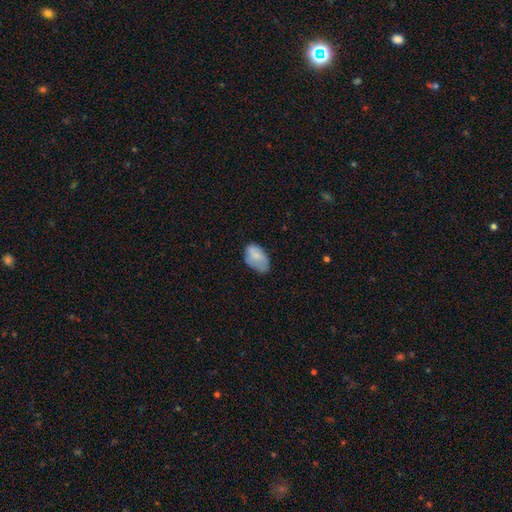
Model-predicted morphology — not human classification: Smooth or featured?
  - smooth: 79% *
  - featured or disk: 14%
  - star or artifact: 7%
How rounded?
  - in between: 92% *
  - round: 7%
  - cigar-shaped: 1%
Merging?
  - none: 53% *
  - minor disturbance: 36%
  - major disturbance: 10%
  - merger: 2%